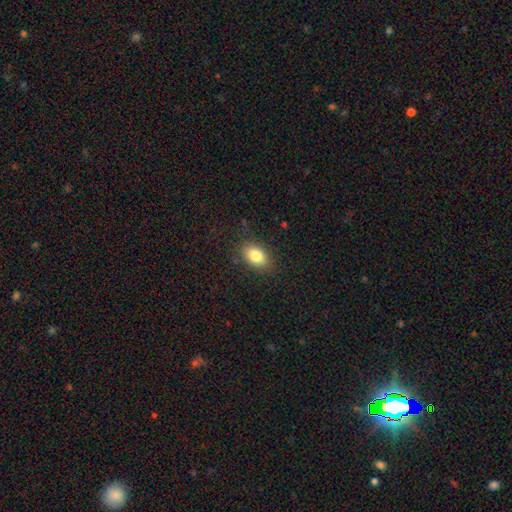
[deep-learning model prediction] This appears to be a smooth galaxy with no disk features (83%) that is in between round and cigar-shaped (84%). Merging: none (85%).